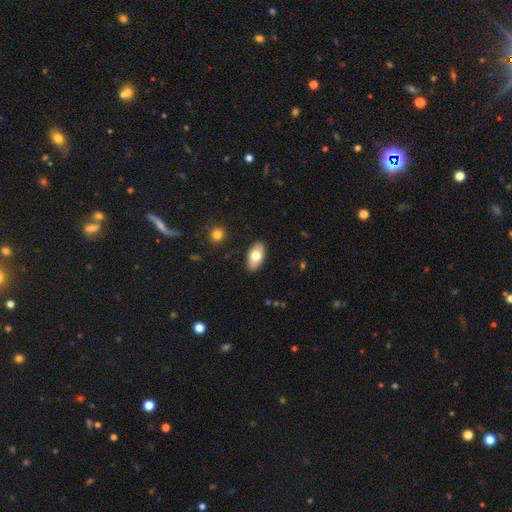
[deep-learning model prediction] Q: Smooth or featured?
A: smooth (74%); runner-up: featured or disk (20%)
Q: How rounded?
A: in between (94%); runner-up: cigar-shaped (3%)
Q: Merging?
A: none (89%); runner-up: minor disturbance (8%)